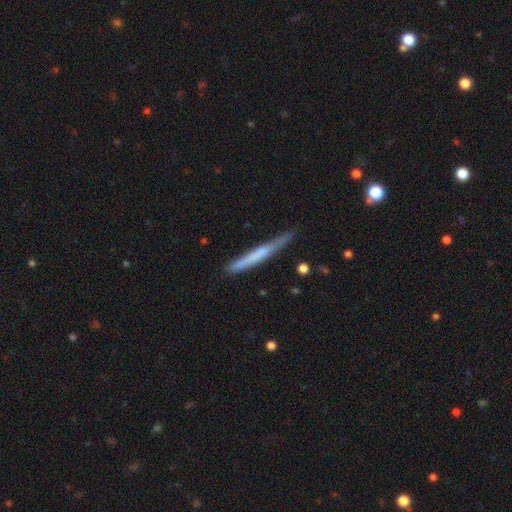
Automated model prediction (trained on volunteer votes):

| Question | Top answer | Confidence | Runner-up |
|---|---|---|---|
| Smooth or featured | smooth | 52% | featured or disk (43%) |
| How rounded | cigar-shaped | 97% | in between (2%) |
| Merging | none | 81% | minor disturbance (15%) |